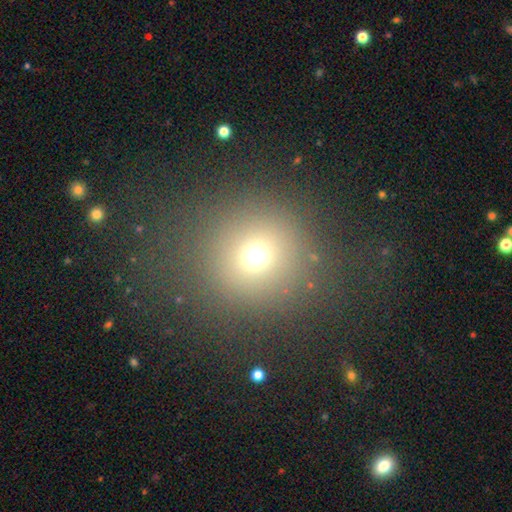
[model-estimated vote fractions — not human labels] Smooth or featured?
  - smooth: 67% *
  - star or artifact: 23%
  - featured or disk: 10%
How rounded?
  - round: 91% *
  - in between: 8%
  - cigar-shaped: 1%
Merging?
  - none: 81% *
  - minor disturbance: 9%
  - major disturbance: 8%
  - merger: 3%